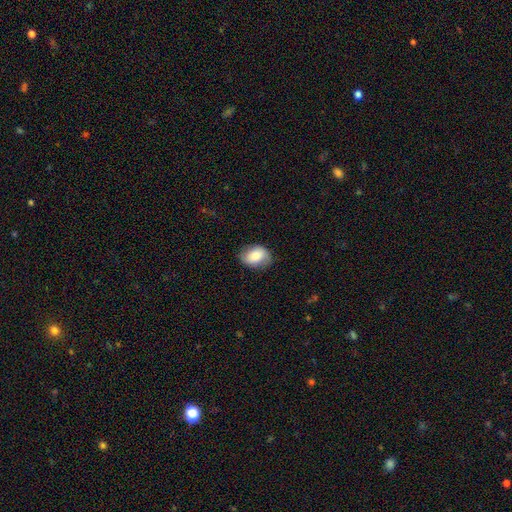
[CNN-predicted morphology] Smooth or featured: smooth — 72% (featured or disk — 20%)
How rounded: in between — 75% (round — 24%)
Merging: none — 75% (minor disturbance — 19%)